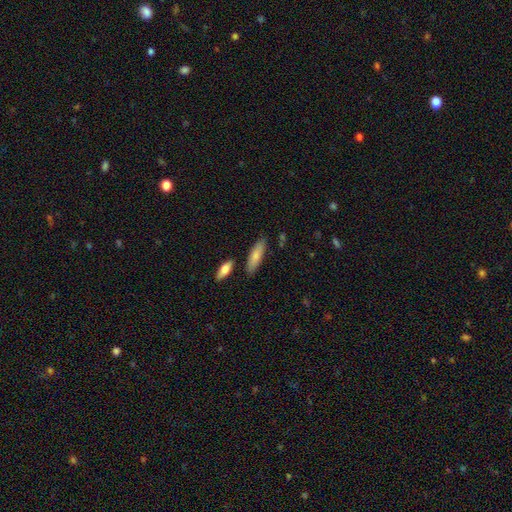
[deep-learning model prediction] Smooth or featured?
  - smooth: 78% *
  - featured or disk: 16%
  - star or artifact: 6%
How rounded?
  - cigar-shaped: 53% *
  - in between: 45%
  - round: 2%
Merging?
  - none: 82% *
  - minor disturbance: 11%
  - merger: 5%
  - major disturbance: 2%